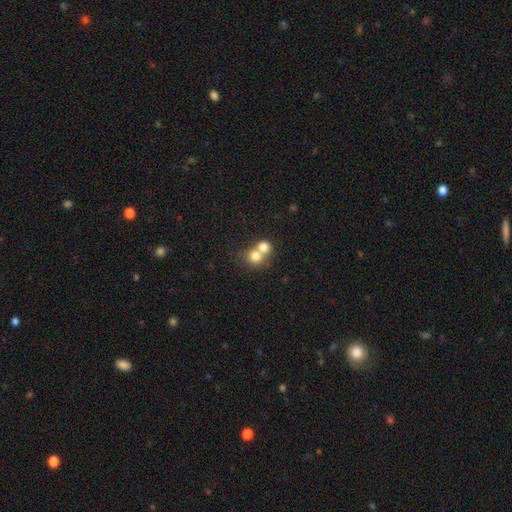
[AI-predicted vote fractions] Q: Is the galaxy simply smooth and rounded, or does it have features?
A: smooth — 74%.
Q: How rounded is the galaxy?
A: round — 79%.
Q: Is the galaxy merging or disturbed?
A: merger — 64%.